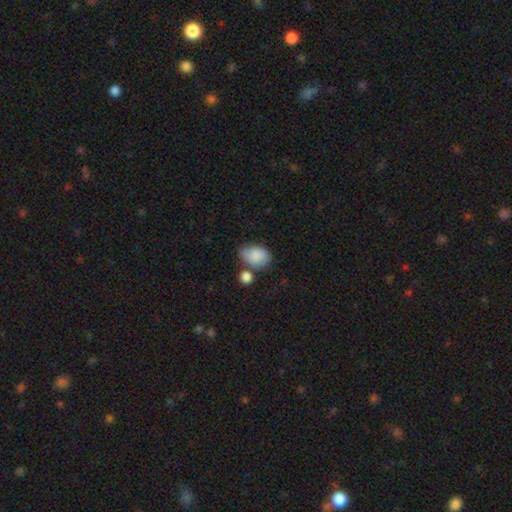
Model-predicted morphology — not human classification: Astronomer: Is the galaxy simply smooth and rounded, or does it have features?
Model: smooth — 82%.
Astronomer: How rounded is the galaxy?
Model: in between — 74%.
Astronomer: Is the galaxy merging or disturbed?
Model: none — 50%.